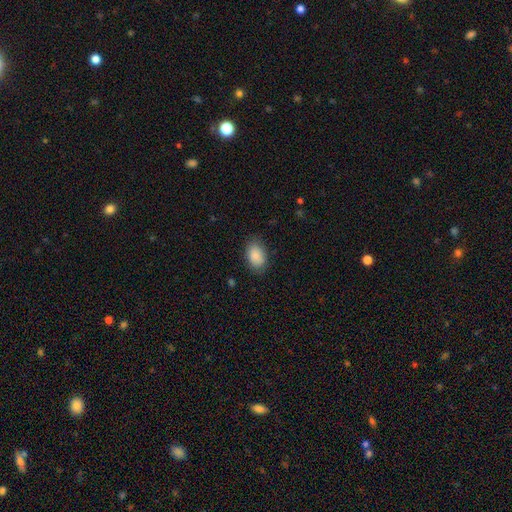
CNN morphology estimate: This appears to be a smooth galaxy with no disk features (89%) that is in between round and cigar-shaped (90%). Merging: none (82%).